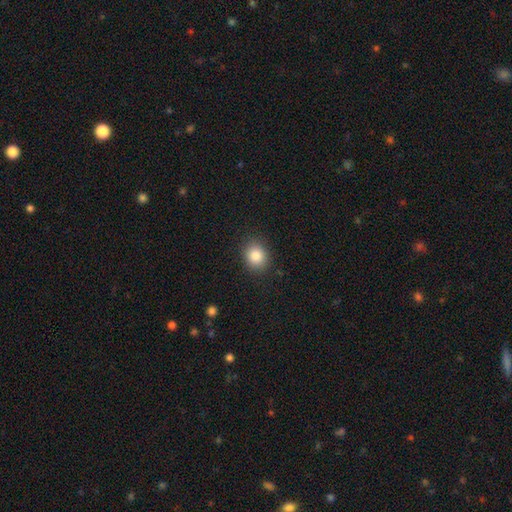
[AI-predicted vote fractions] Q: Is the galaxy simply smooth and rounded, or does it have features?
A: smooth — 85%.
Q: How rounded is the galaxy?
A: round — 67%.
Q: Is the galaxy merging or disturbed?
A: none — 88%.